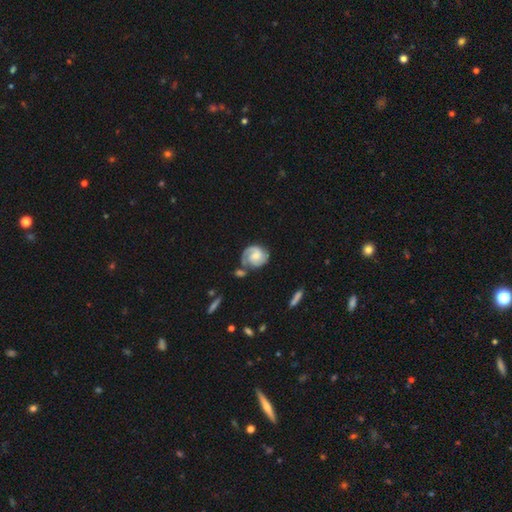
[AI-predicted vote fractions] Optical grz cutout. It shows a featured or disk galaxy (76%) with no bar (56%), 2 (70%) tight (49%) spiral arms (95%) and a moderate central bulge (43%). Merging: none (59%).